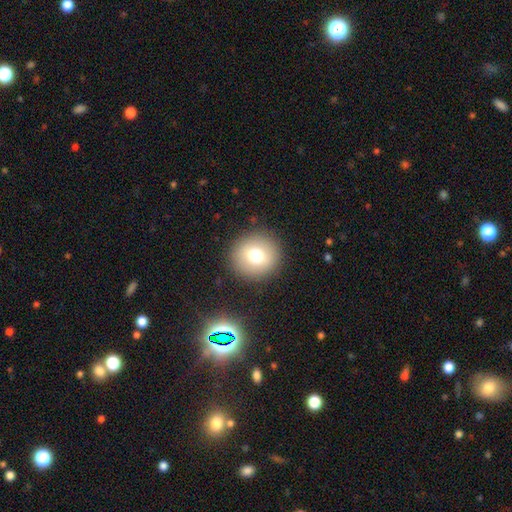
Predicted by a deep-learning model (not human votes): smooth_or_featured: smooth (p=0.72) [alt: featured or disk p=0.15]
how_rounded: round (p=0.93) [alt: in between p=0.06]
merging: none (p=0.90) [alt: minor disturbance p=0.06]